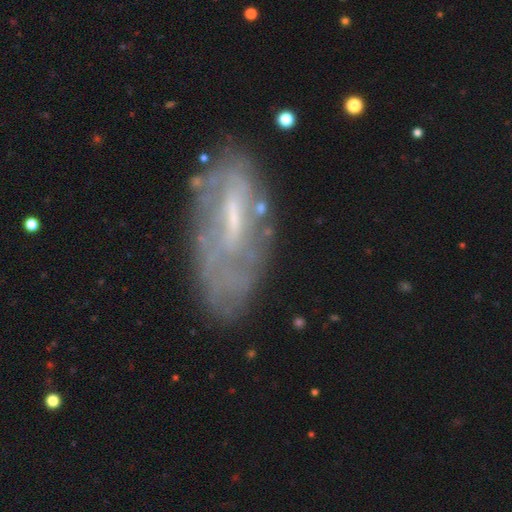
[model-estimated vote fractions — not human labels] Overall: featured or disk (65%; smooth 25%). Edge-on disk: no (85%). Bar: weak (45%; no 30%). Spiral arms: yes (55%; no 45%). Bulge size: small (41%; moderate 30%). Merging: none (66%).